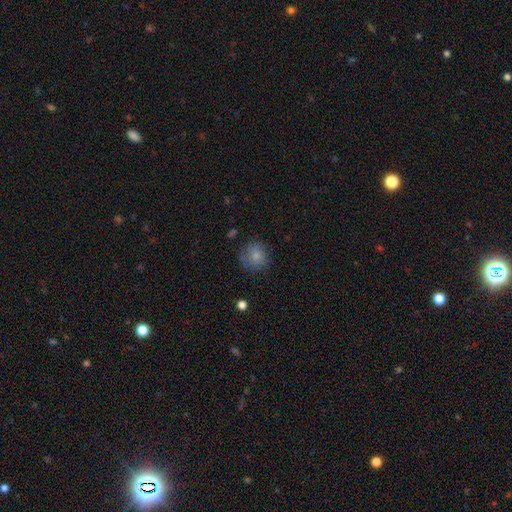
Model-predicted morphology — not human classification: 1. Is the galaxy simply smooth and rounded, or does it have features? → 82% smooth, 10% star or artifact, 8% featured or disk.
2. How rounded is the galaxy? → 87% round, 12% in between, 1% cigar-shaped.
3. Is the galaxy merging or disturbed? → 76% none, 16% minor disturbance, 5% major disturbance, 2% merger.